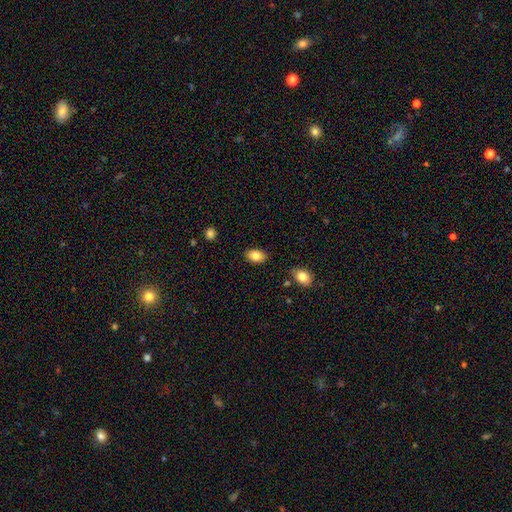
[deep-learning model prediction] Q: Smooth or featured?
A: smooth (84%); runner-up: featured or disk (8%)
Q: How rounded?
A: in between (87%); runner-up: round (11%)
Q: Merging?
A: none (86%); runner-up: minor disturbance (10%)